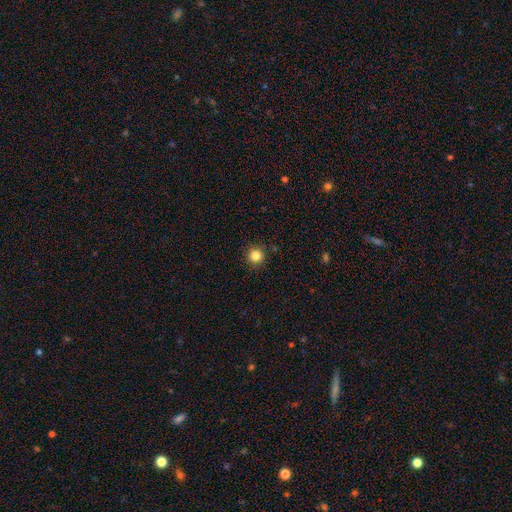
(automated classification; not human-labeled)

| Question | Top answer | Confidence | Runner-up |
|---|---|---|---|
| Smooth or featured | smooth | 84% | star or artifact (12%) |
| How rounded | round | 95% | in between (4%) |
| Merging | none | 91% | minor disturbance (6%) |